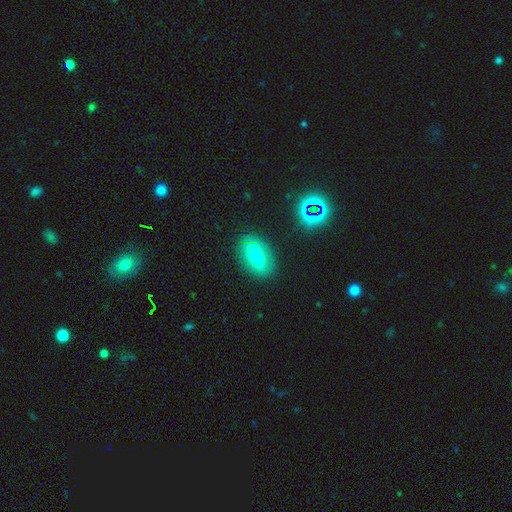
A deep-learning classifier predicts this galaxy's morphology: Overall: smooth (52%; featured or disk 36%). How rounded: in between (83%). Merging: none (82%).